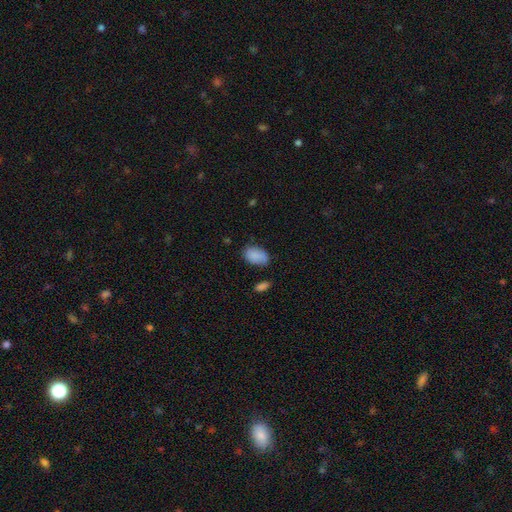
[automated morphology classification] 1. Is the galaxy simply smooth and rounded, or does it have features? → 87% smooth, 7% star or artifact, 5% featured or disk.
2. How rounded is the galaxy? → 92% in between, 7% round, 1% cigar-shaped.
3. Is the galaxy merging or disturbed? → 66% none, 25% minor disturbance, 5% major disturbance, 4% merger.